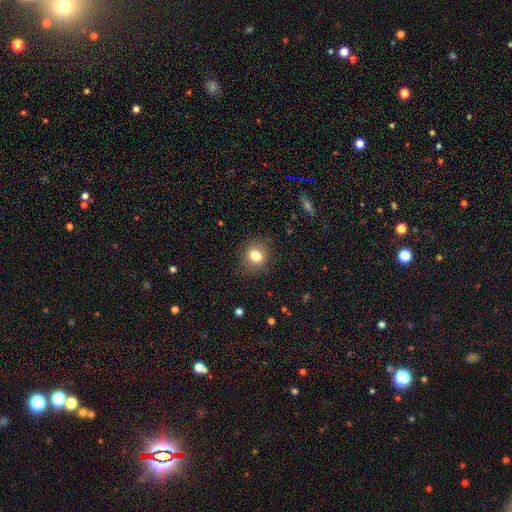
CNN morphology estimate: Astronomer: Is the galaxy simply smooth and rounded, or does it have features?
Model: smooth — 81%.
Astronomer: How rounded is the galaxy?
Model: round — 75%.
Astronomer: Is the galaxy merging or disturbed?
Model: none — 84%.